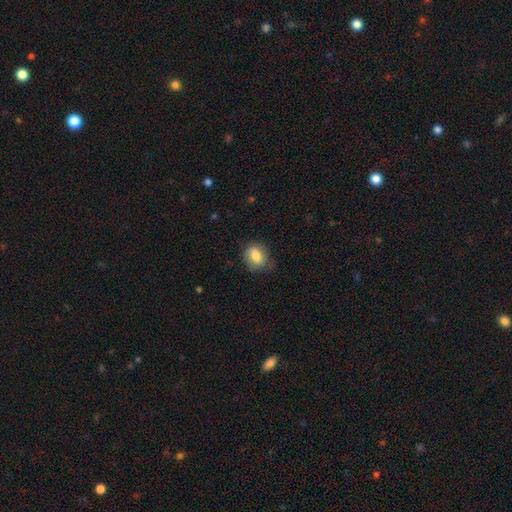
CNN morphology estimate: Smooth or featured? smooth (80%)
How rounded? in between (63%)
Merging? none (69%)